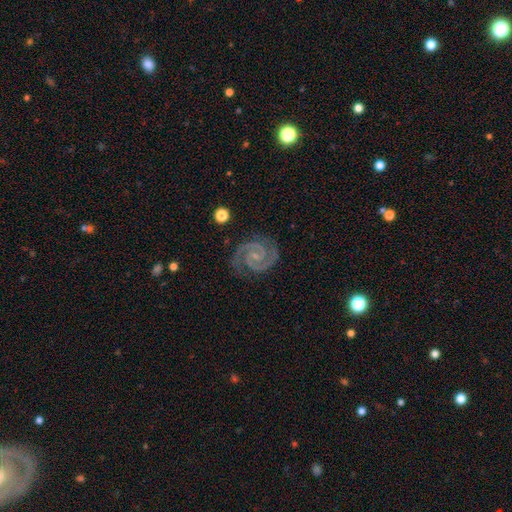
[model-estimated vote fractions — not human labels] The model was most divided on "bar": no: 55%, weak: 34%, strong: 11%. More confident: spiral arms — yes (99%); edge-on disk — no (98%); smooth or featured — featured or disk (93%); spiral arm count — 2 (92%); merging — none (84%); bulge size — small (72%); spiral winding — tight (60%).